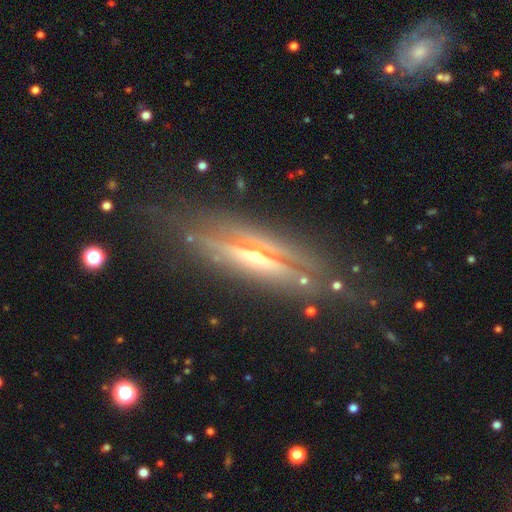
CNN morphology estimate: The model was most divided on "merging": none: 75%, minor disturbance: 15%, major disturbance: 7%, merger: 3%. More confident: edge-on disk — yes (88%); edge-on bulge — rounded (86%); smooth or featured — featured or disk (78%).